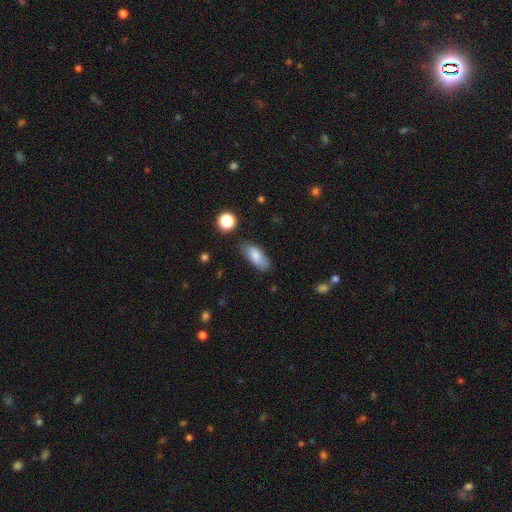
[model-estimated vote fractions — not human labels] Smooth or featured?
  - smooth: 81% *
  - featured or disk: 11%
  - star or artifact: 8%
How rounded?
  - in between: 81% *
  - cigar-shaped: 16%
  - round: 3%
Merging?
  - none: 77% *
  - minor disturbance: 17%
  - major disturbance: 4%
  - merger: 2%